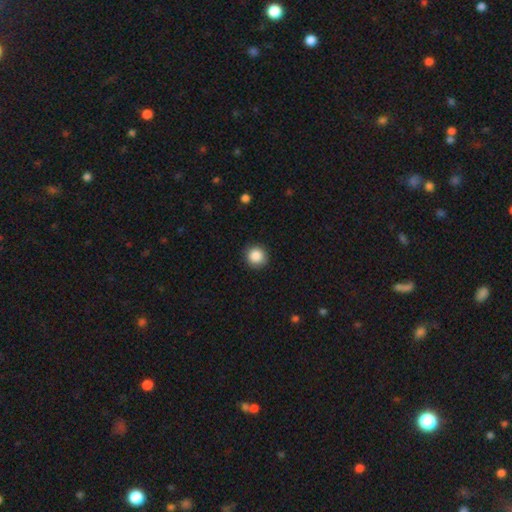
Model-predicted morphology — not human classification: type=smooth (87%); roundness=round (94%); merging=none (91%).